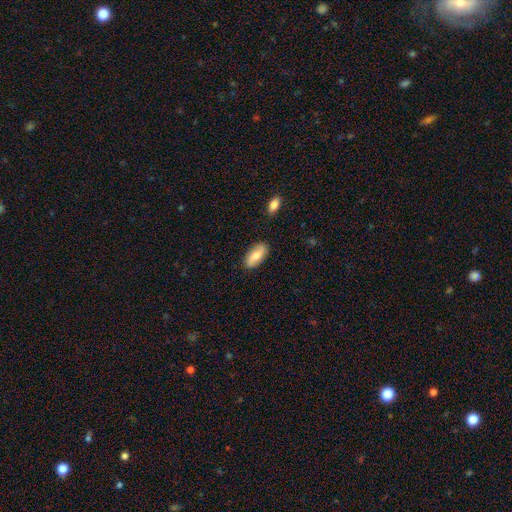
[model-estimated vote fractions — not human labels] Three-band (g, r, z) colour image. It shows a smooth galaxy with no disk features (71%) that is in between round and cigar-shaped (87%). Merging: none (84%).